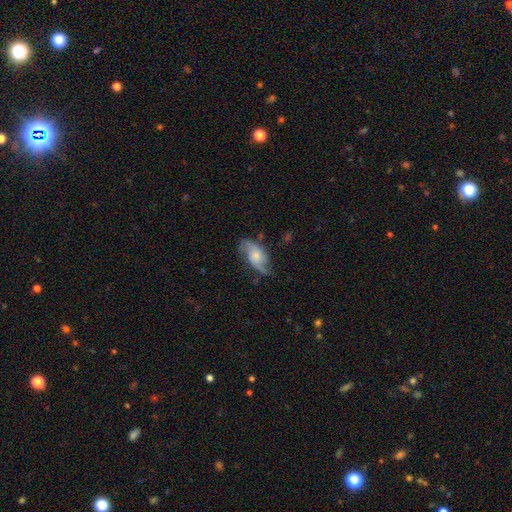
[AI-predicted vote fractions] A featured or disk galaxy (62%) with no bar (69%), 2 (81%) loose (56%) spiral arms (89%) and a small central bulge (45%). Merging: none (58%).